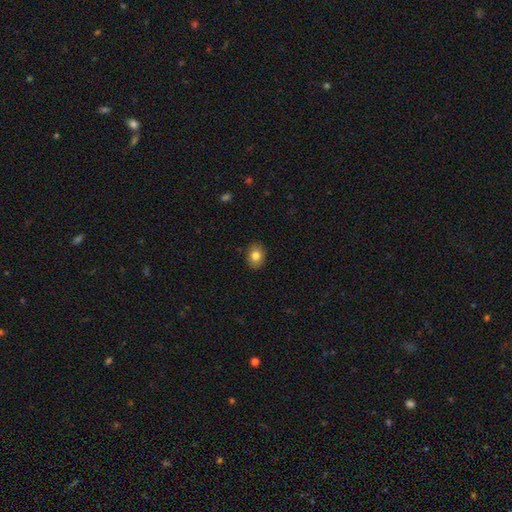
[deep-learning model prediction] Smooth or featured: smooth — 81% (featured or disk — 10%)
How rounded: in between — 61% (round — 38%)
Merging: none — 88% (minor disturbance — 9%)